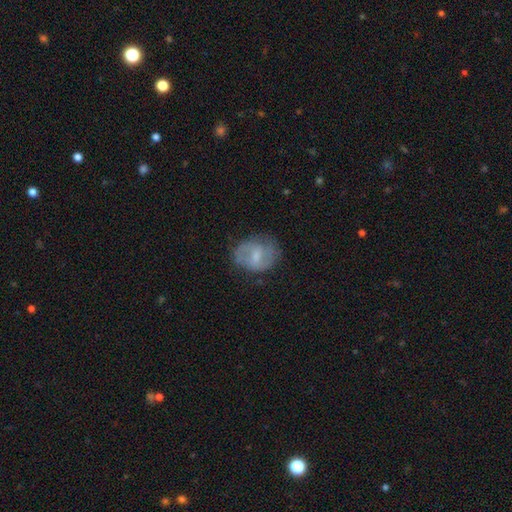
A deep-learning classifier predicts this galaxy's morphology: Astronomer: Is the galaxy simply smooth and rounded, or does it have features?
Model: featured or disk — 53% (runner-up: smooth, 40%).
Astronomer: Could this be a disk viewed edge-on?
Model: no — 97%.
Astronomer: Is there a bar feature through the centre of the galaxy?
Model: weak — 57%.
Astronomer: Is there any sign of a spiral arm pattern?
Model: yes — 68%.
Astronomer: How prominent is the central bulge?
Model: small — 44% (runner-up: moderate, 36%).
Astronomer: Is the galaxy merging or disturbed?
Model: none — 66%.